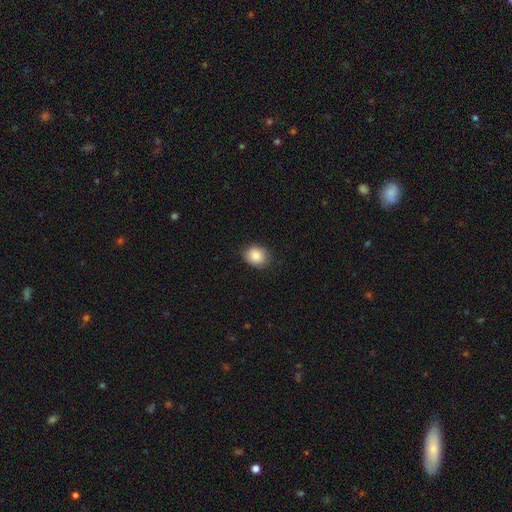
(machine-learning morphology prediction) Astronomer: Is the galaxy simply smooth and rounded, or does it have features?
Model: smooth — 87%.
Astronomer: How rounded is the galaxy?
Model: round — 55% (runner-up: in between, 44%).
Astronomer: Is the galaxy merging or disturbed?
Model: none — 84%.